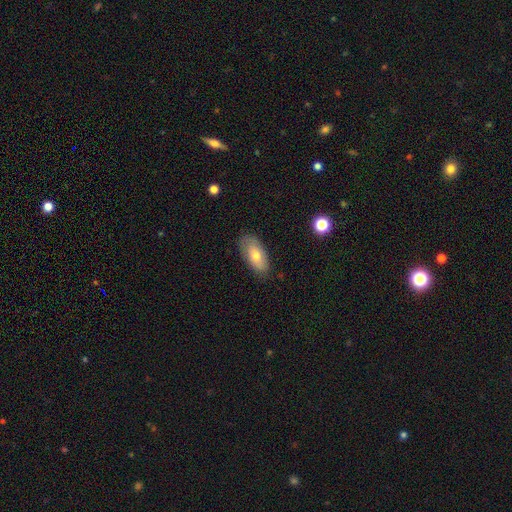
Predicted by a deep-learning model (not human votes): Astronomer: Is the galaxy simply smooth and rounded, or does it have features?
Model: smooth — 69%.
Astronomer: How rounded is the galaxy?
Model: in between — 90%.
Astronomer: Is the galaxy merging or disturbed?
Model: none — 80%.